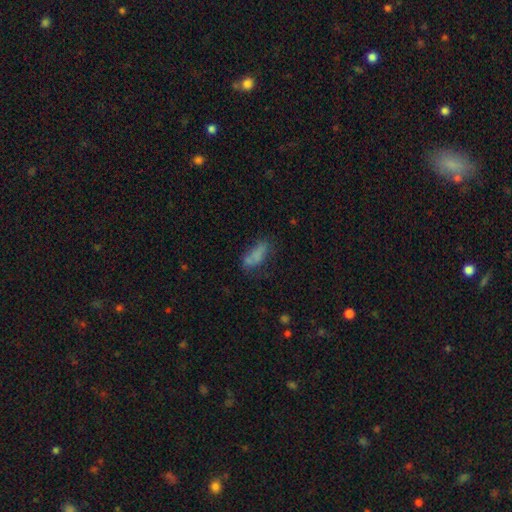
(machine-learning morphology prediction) A smooth galaxy with no disk features (71%) that is in between round and cigar-shaped (74%). Merging: none (47%).